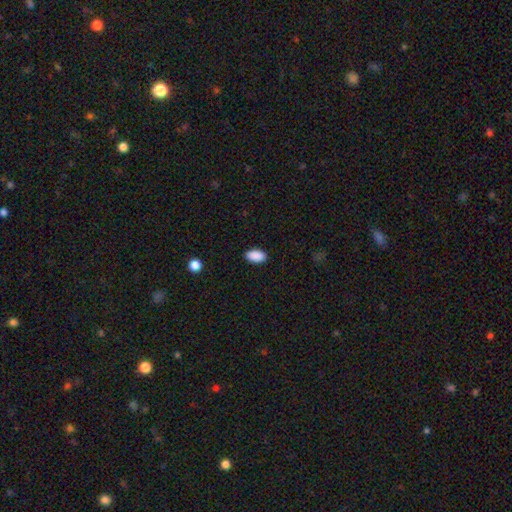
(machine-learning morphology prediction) The model was most divided on "merging": none: 89%, minor disturbance: 8%, major disturbance: 2%, merger: 1%. More confident: how rounded — in between (94%); smooth or featured — smooth (90%).